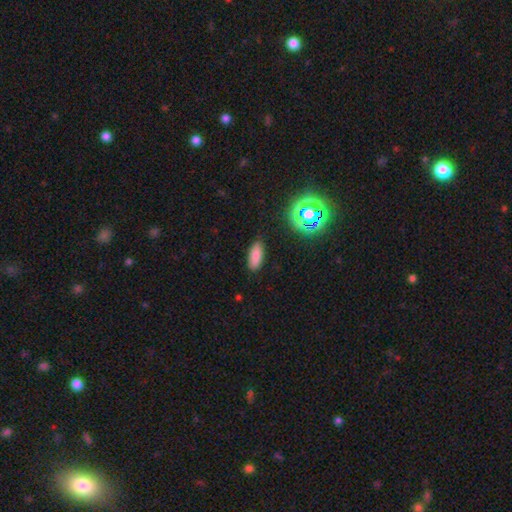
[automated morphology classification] Q: Smooth or featured?
A: smooth (80%); runner-up: star or artifact (13%)
Q: How rounded?
A: in between (77%); runner-up: cigar-shaped (21%)
Q: Merging?
A: none (87%); runner-up: minor disturbance (10%)